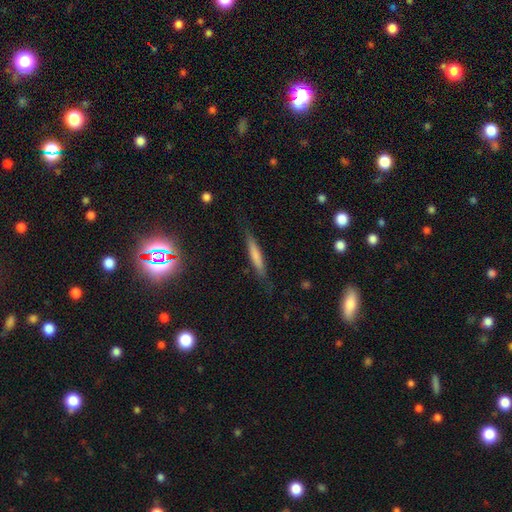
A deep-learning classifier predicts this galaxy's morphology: type=smooth (66%); roundness=cigar-shaped (92%); merging=none (81%).